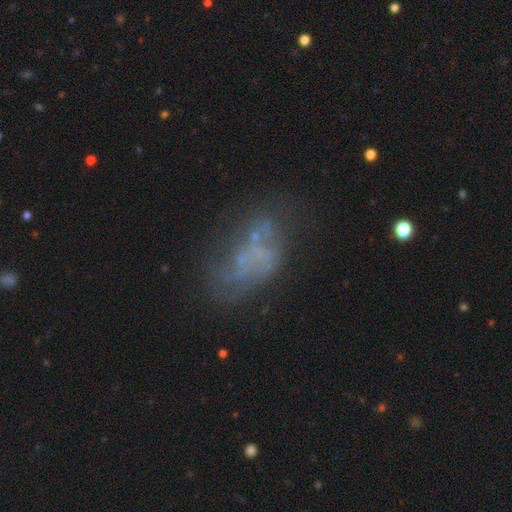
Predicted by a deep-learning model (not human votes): Smooth or featured?
  - featured or disk: 52% *
  - smooth: 31%
  - star or artifact: 17%
Edge-on disk?
  - no: 96% *
  - yes: 4%
Bar?
  - no: 88% *
  - weak: 9%
  - strong: 3%
Spiral arms?
  - no: 83% *
  - yes: 17%
Bulge size?
  - none: 80% *
  - small: 13%
  - moderate: 4%
  - large: 2%
  - dominant: 1%
Merging?
  - none: 43% *
  - major disturbance: 26%
  - minor disturbance: 21%
  - merger: 9%